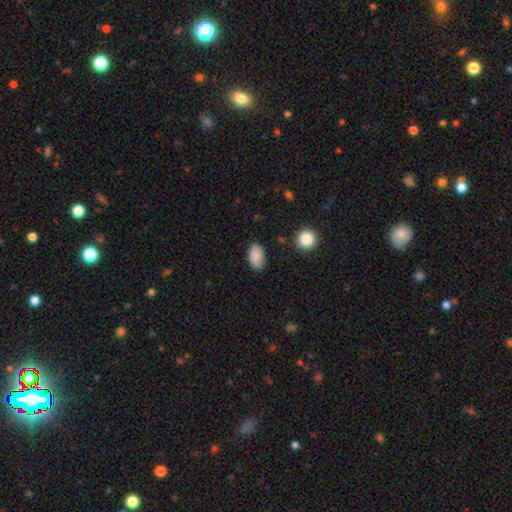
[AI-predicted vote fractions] Smooth or featured: smooth — 74% (featured or disk — 17%)
How rounded: in between — 86% (round — 12%)
Merging: none — 72% (minor disturbance — 21%)